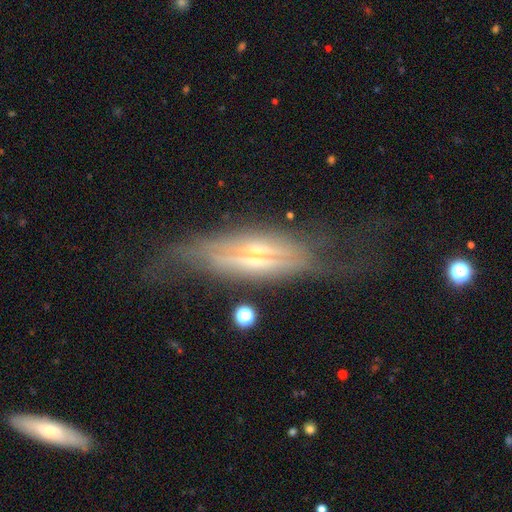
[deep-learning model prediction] Smooth or featured? Predicted: featured or disk (p=0.76). Edge-on disk? Predicted: yes (p=0.87). Edge-on bulge? Predicted: rounded (p=0.66). Merging? Predicted: none (p=0.58).